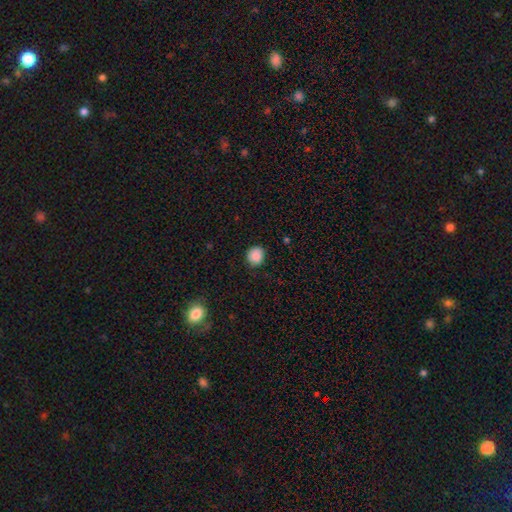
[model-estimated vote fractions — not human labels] Q: Smooth or featured?
A: smooth (88%); runner-up: star or artifact (9%)
Q: How rounded?
A: round (81%); runner-up: in between (18%)
Q: Merging?
A: none (85%); runner-up: minor disturbance (11%)